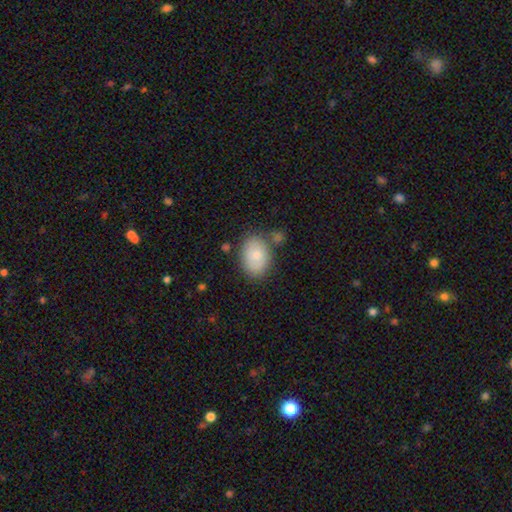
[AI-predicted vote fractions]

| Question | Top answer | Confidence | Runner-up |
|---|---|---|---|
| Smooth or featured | smooth | 79% | featured or disk (14%) |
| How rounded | in between | 81% | round (18%) |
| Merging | none | 71% | minor disturbance (16%) |